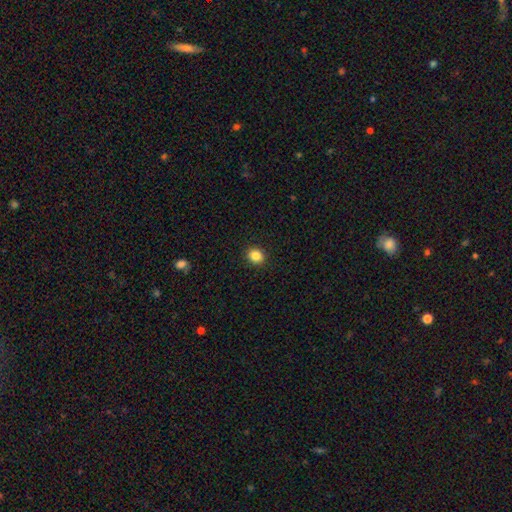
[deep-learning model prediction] smooth-or-featured: smooth: 85% | star or artifact: 10% | featured or disk: 4%
  how-rounded: round: 75% | in between: 24% | cigar-shaped: 1%
  merging: none: 92% | minor disturbance: 5% | major disturbance: 2% | merger: 1%